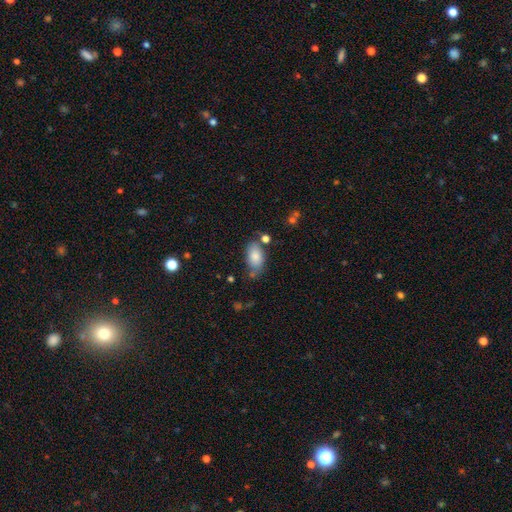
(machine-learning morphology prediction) Smooth or featured? smooth (82%)
How rounded? in between (92%)
Merging? none (63%)